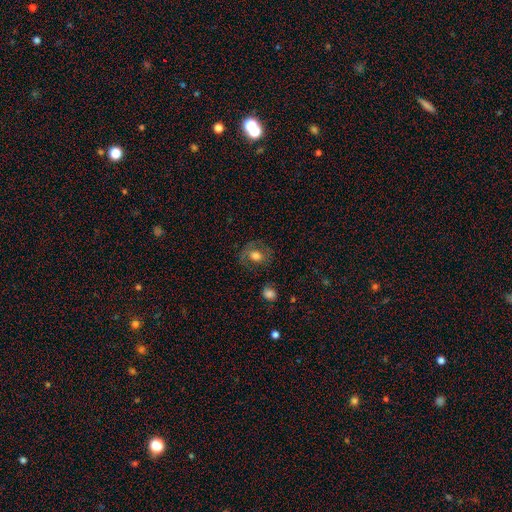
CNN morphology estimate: smooth_or_featured: smooth (p=0.55) [alt: featured or disk p=0.35]
how_rounded: round (p=0.55) [alt: in between p=0.44]
merging: none (p=0.67) [alt: minor disturbance p=0.19]